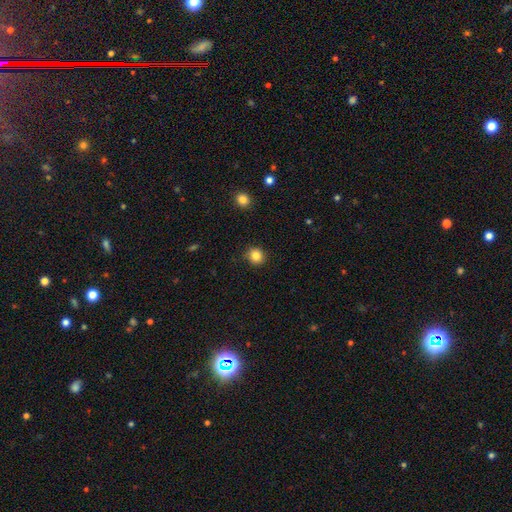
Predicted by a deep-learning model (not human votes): Smooth or featured? Predicted: smooth (p=0.84). How rounded? Predicted: round (p=0.85). Merging? Predicted: none (p=0.88).